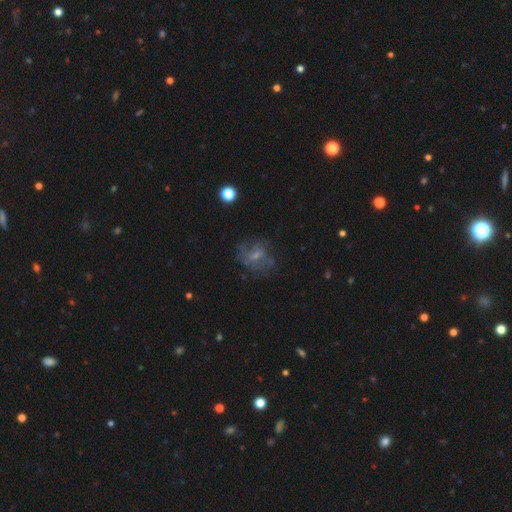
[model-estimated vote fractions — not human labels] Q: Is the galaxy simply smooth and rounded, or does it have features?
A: featured or disk — 56%.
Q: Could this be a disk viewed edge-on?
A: no — 97%.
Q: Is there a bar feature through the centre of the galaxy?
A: no — 54%.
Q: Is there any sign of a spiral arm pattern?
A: yes — 51%.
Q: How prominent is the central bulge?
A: small — 46%.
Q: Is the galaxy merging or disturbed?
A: none — 56%.